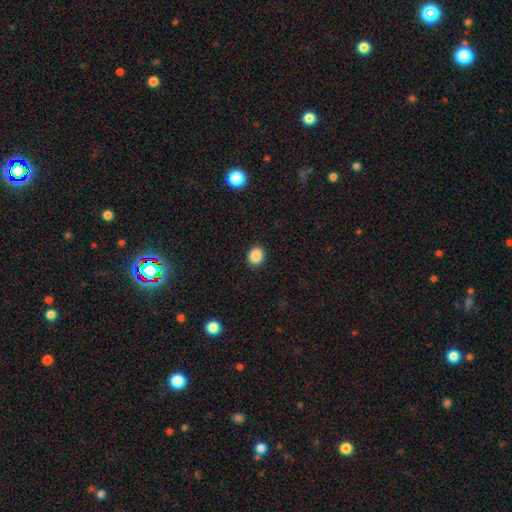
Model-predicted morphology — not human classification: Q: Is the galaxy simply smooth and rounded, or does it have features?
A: smooth — 88%.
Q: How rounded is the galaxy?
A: round — 57%.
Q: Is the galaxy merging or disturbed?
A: none — 90%.